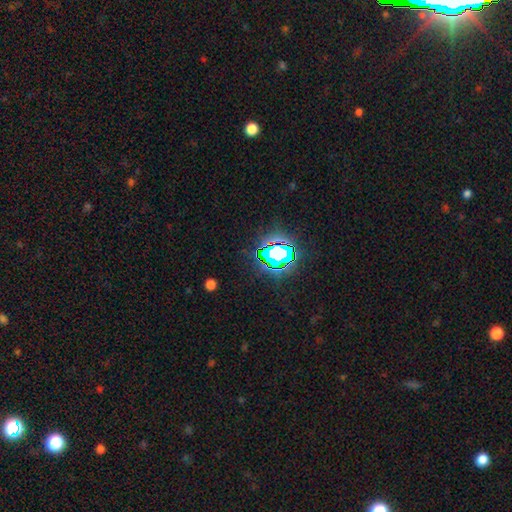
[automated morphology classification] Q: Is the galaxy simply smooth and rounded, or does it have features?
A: star or artifact — 79%.